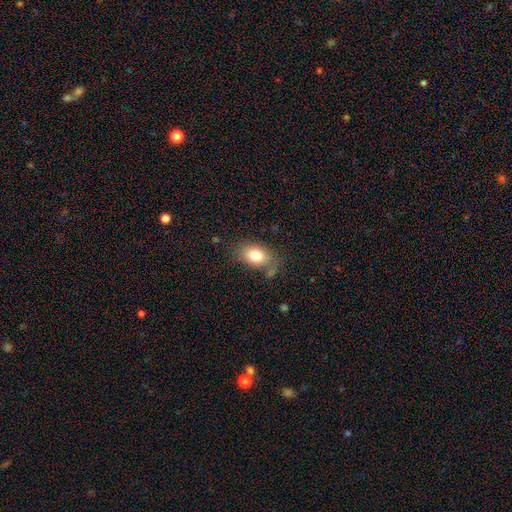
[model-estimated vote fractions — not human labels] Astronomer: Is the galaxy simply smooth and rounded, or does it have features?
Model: smooth — 79%.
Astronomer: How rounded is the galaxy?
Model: in between — 83%.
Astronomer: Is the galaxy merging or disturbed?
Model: none — 68%.